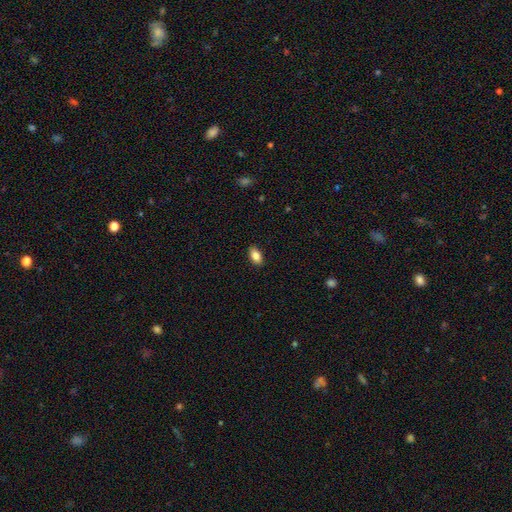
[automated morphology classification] smooth 85%, star or artifact 8%, featured or disk 7%. Down the decision tree: how rounded — in between (91%); merging — none (89%).